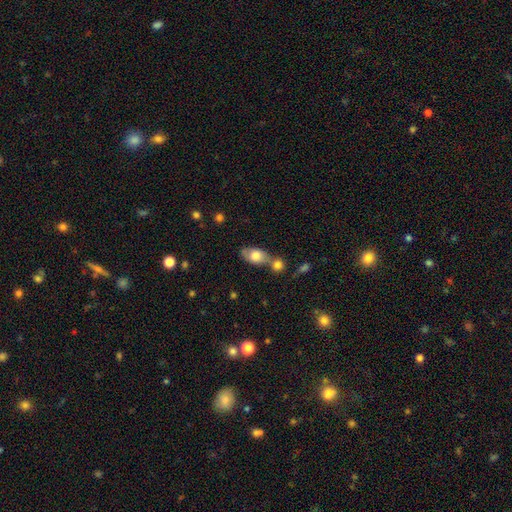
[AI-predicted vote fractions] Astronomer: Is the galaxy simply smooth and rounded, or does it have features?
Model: smooth — 73%.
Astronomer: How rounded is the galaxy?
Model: in between — 83%.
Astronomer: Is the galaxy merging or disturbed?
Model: none — 44% (runner-up: merger, 37%).